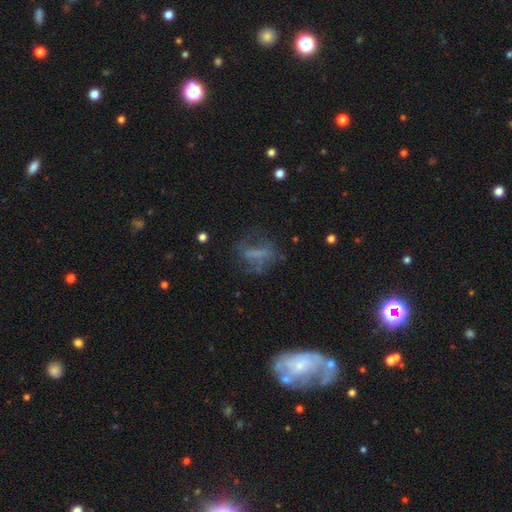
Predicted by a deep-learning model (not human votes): featured or disk 45%, smooth 36%, star or artifact 20%. Down the decision tree: merging — none (54%).